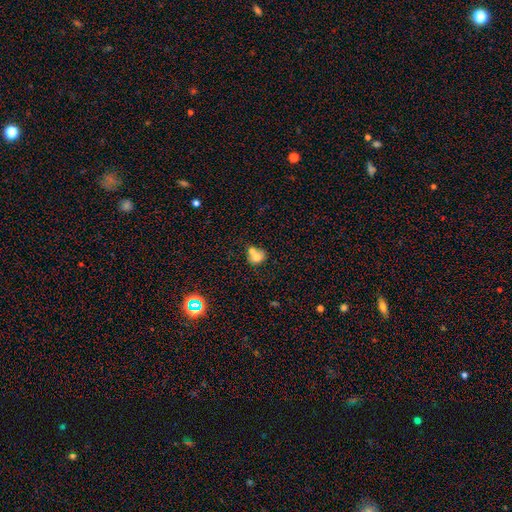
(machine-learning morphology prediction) smooth-or-featured: smooth: 71% | featured or disk: 19% | star or artifact: 11%
  how-rounded: round: 70% | in between: 29% | cigar-shaped: 1%
  merging: merger: 58% | none: 30% | minor disturbance: 8% | major disturbance: 4%